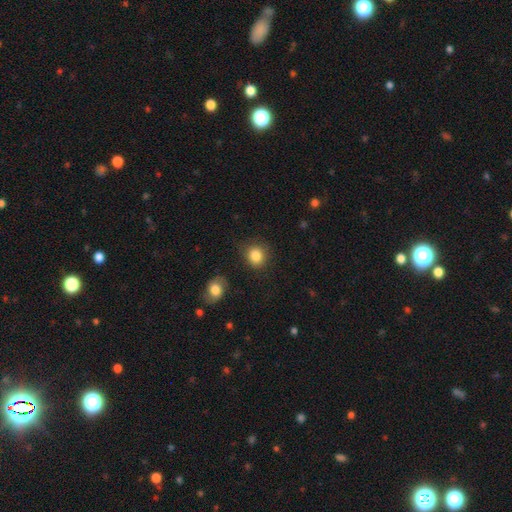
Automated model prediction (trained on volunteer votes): This appears to be a smooth galaxy with no disk features (86%) that is round (78%). Merging: none (81%).